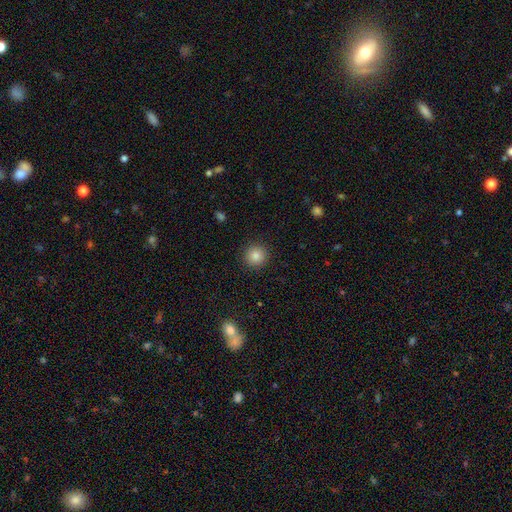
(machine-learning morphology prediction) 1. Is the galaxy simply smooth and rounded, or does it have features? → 85% smooth, 11% star or artifact, 5% featured or disk.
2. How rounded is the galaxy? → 94% round, 5% in between, 1% cigar-shaped.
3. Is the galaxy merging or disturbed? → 91% none, 5% minor disturbance, 2% major disturbance, 1% merger.